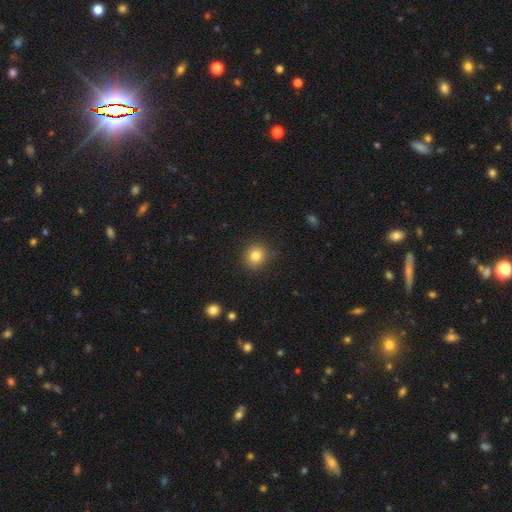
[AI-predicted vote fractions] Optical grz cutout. It shows a smooth galaxy with no disk features (83%) that is round (87%). Merging: none (86%).